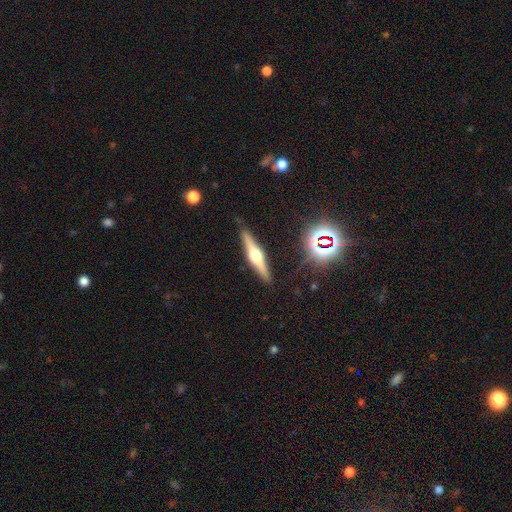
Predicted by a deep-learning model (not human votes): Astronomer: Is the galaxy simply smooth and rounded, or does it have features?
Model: featured or disk — 74%.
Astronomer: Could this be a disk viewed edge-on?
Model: yes — 97%.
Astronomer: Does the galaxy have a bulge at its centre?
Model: rounded — 94%.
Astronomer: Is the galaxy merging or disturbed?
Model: none — 89%.